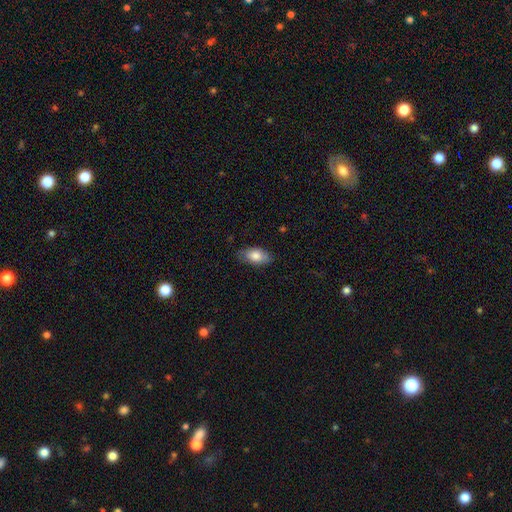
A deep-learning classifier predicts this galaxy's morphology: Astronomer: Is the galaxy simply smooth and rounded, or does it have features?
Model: smooth — 81%.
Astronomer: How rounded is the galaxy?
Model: in between — 91%.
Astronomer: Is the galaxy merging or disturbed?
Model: none — 77%.